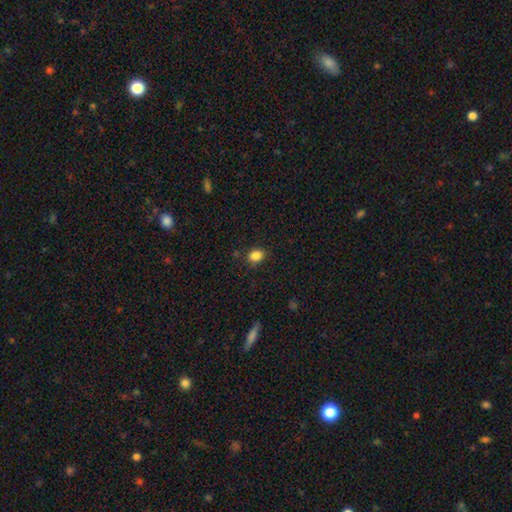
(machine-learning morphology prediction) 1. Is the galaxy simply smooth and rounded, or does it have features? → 85% smooth, 11% star or artifact, 4% featured or disk.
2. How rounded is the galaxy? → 53% in between, 46% round, 1% cigar-shaped.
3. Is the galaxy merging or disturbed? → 83% none, 12% minor disturbance, 3% major disturbance, 2% merger.